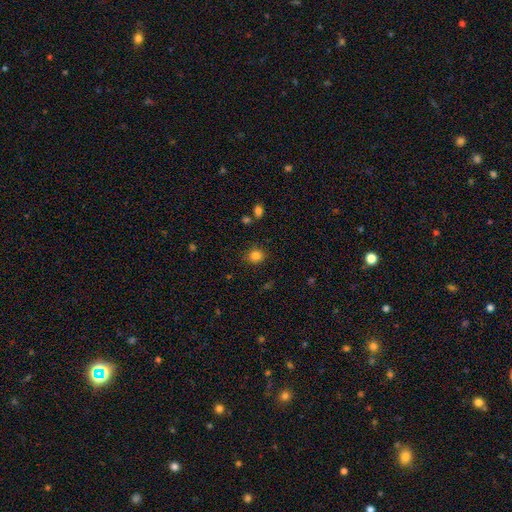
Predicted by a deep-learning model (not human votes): Smooth or featured?
  - smooth: 83% *
  - star or artifact: 12%
  - featured or disk: 5%
How rounded?
  - round: 71% *
  - in between: 28%
  - cigar-shaped: 1%
Merging?
  - none: 85% *
  - minor disturbance: 10%
  - major disturbance: 3%
  - merger: 2%